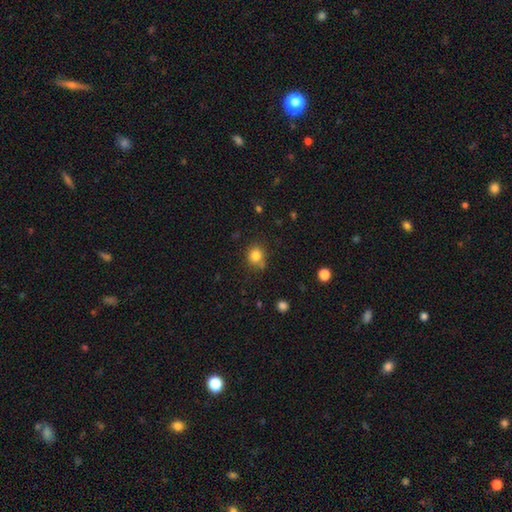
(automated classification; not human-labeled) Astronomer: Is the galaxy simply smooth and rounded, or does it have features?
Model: smooth — 82%.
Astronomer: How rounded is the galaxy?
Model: round — 83%.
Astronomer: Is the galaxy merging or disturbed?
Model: none — 73%.